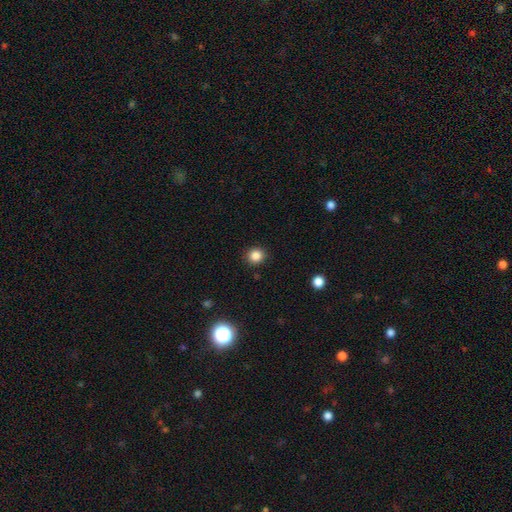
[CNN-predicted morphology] type=smooth (85%); roundness=round (90%); merging=none (91%).